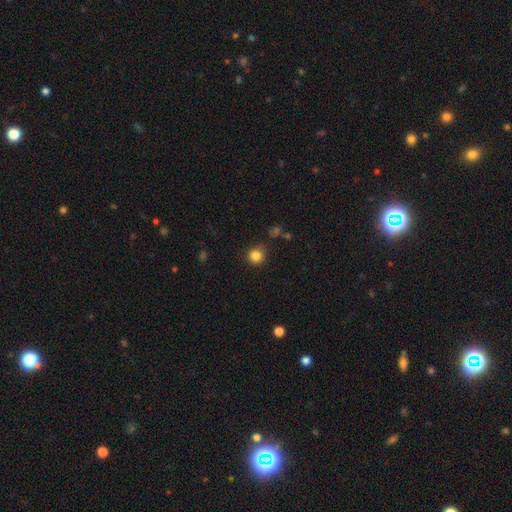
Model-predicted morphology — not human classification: smooth-or-featured: smooth: 84% | star or artifact: 12% | featured or disk: 5%
  how-rounded: round: 92% | in between: 7% | cigar-shaped: 1%
  merging: none: 83% | minor disturbance: 11% | major disturbance: 3% | merger: 2%